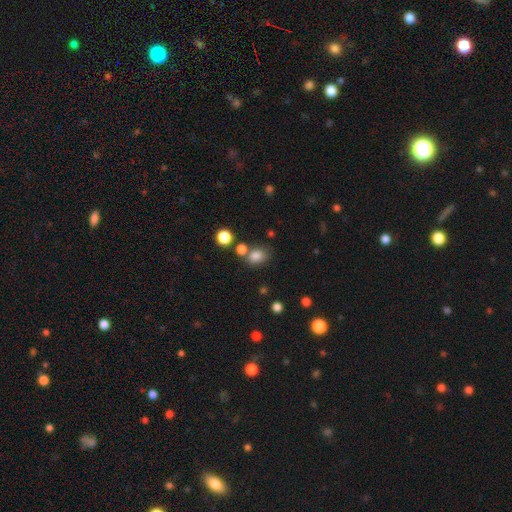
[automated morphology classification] Smooth or featured: smooth — 81% (star or artifact — 13%)
How rounded: round — 51% (in between — 48%)
Merging: none — 63% (merger — 20%)